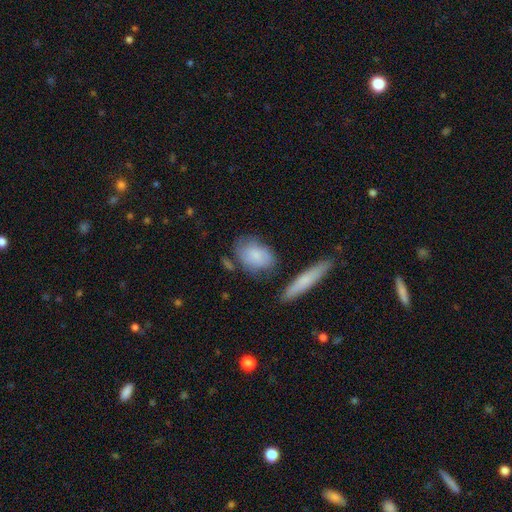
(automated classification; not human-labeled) The model was most divided on "merging": none: 62%, minor disturbance: 23%, merger: 8%, major disturbance: 7%. More confident: how rounded — in between (80%); smooth or featured — smooth (76%).